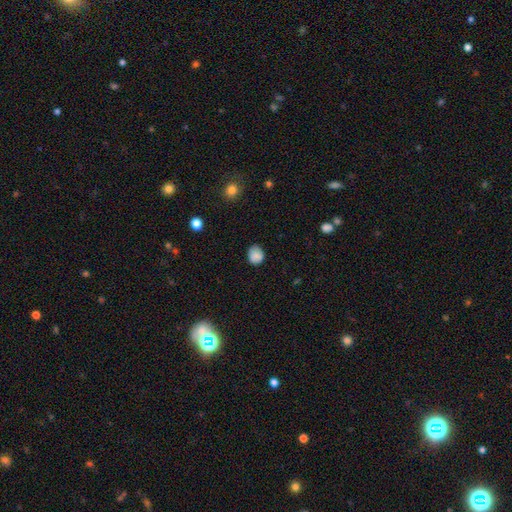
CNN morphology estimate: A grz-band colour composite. It shows a smooth galaxy with no disk features (85%) that is round (66%). Merging: none (77%).